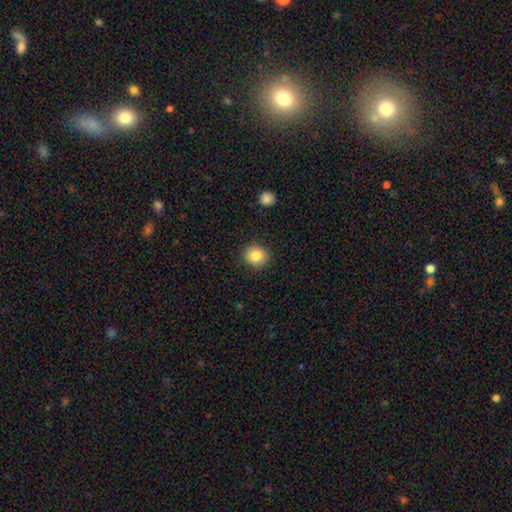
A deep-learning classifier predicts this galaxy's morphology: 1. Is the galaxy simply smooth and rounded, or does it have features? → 84% smooth, 9% star or artifact, 6% featured or disk.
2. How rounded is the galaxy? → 85% round, 14% in between, 1% cigar-shaped.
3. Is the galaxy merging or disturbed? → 90% none, 7% minor disturbance, 2% major disturbance, 1% merger.